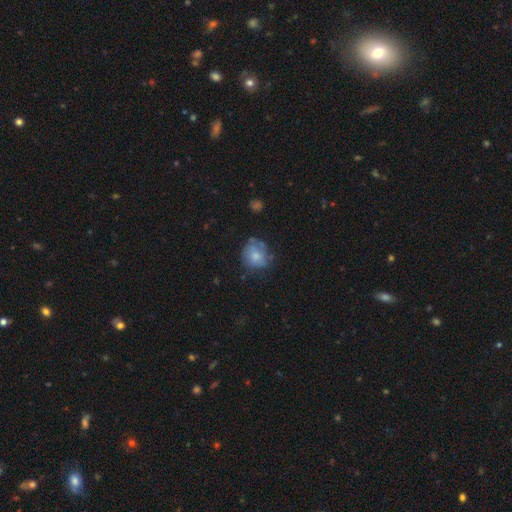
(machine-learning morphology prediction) smooth-or-featured: smooth: 69% | featured or disk: 22% | star or artifact: 9%
  how-rounded: round: 75% | in between: 24% | cigar-shaped: 1%
  merging: none: 58% | minor disturbance: 27% | major disturbance: 11% | merger: 4%